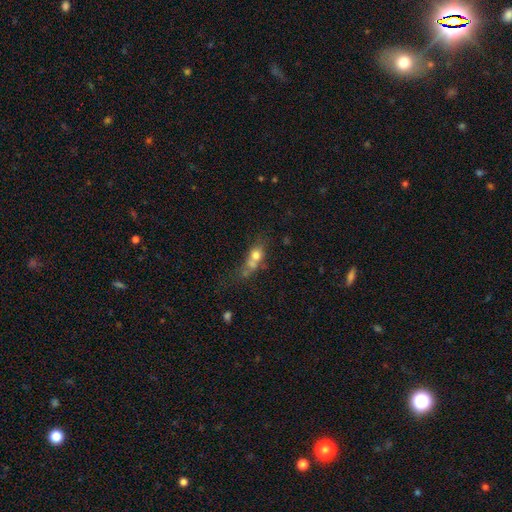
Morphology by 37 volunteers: Smooth or featured? 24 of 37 (65%) said smooth. How rounded? 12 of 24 (50%) said round. Merging? 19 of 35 (54%) said merger.